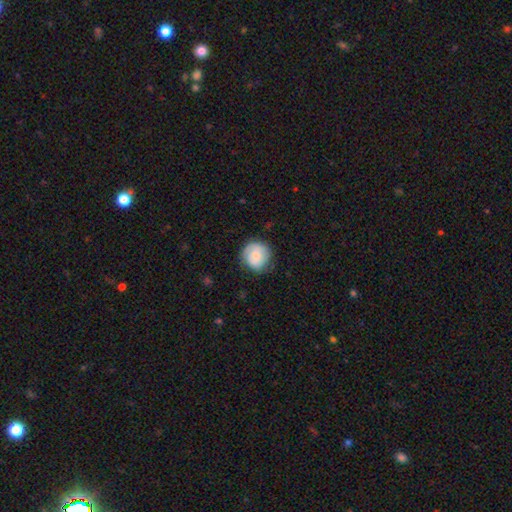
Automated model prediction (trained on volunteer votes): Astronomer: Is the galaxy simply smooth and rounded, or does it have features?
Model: smooth — 70%.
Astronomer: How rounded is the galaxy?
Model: round — 88%.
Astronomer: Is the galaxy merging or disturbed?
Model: none — 71%.